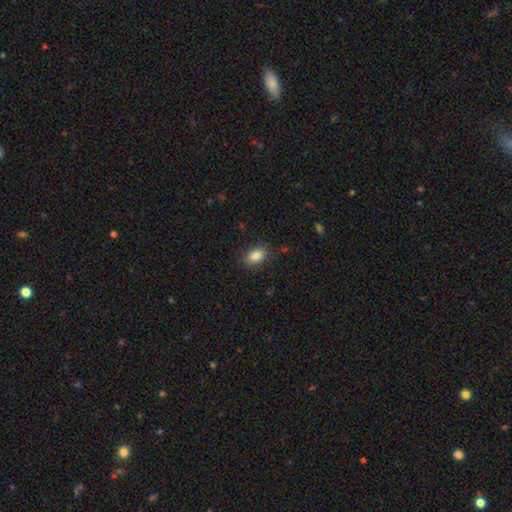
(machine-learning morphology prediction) smooth 88%, star or artifact 8%, featured or disk 5%. Down the decision tree: how rounded — in between (90%); merging — none (83%).